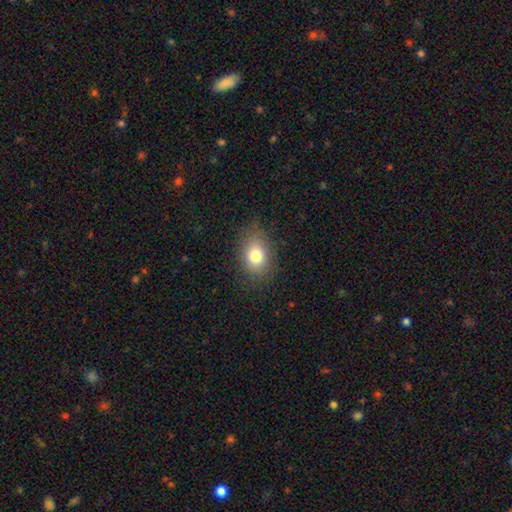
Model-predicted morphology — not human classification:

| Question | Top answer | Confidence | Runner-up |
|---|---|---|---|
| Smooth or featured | smooth | 77% | star or artifact (12%) |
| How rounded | in between | 64% | round (35%) |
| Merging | none | 82% | minor disturbance (13%) |